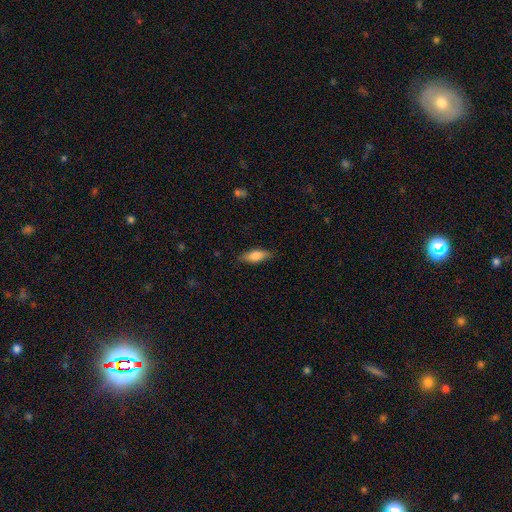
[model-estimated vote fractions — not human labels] This is likely a smooth galaxy (73%). How rounded: likely in between (68%). Merging: clearly none (85%).